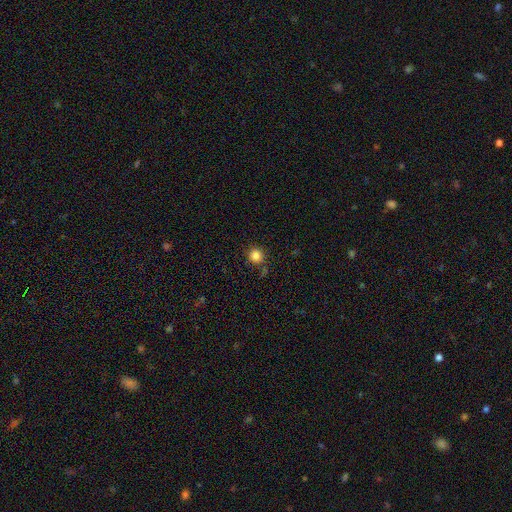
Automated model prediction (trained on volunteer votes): smooth 84%, star or artifact 12%, featured or disk 4%. Down the decision tree: how rounded — round (93%); merging — none (80%).